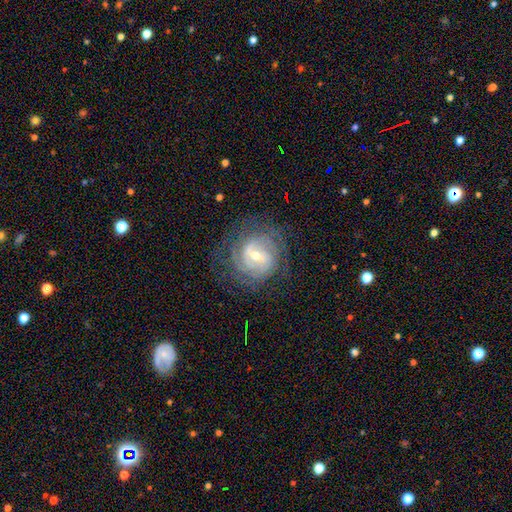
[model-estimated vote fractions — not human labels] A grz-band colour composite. It shows a featured or disk galaxy (81%) with a weak bar (52%), tight (65%) spiral arms (92%) and a small central bulge (49%). Merging: none (76%).